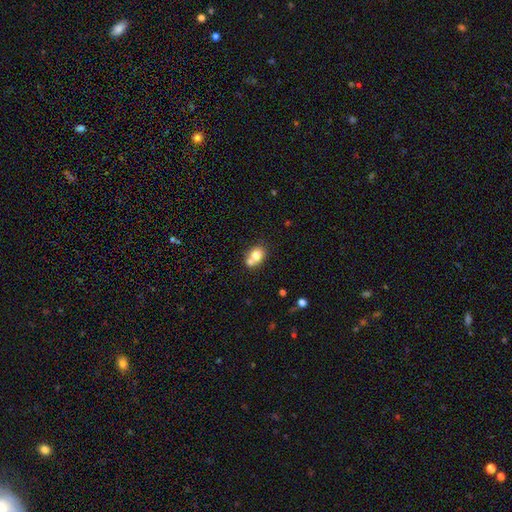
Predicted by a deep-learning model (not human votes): Q: Smooth or featured?
A: smooth (76%); runner-up: featured or disk (14%)
Q: How rounded?
A: round (55%); runner-up: in between (44%)
Q: Merging?
A: none (43%); tied with: merger (43%)